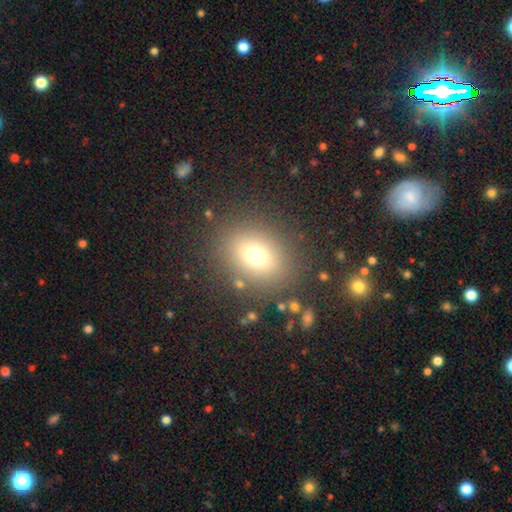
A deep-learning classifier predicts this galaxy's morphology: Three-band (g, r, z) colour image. It shows a smooth galaxy with no disk features (71%) that is round (56%). Merging: none (83%).